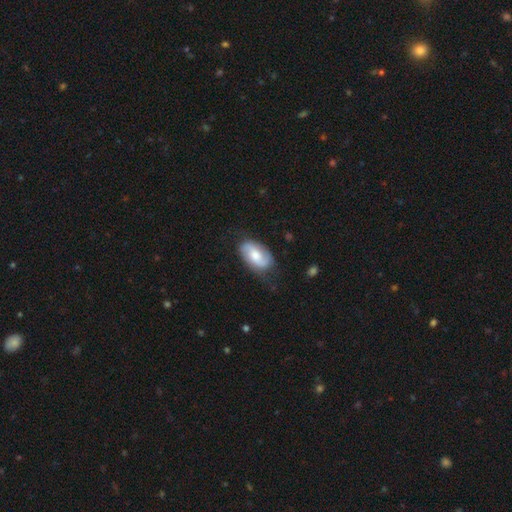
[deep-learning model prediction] A featured or disk galaxy (57%) with no bar (51%), spiral arms (89%) and a moderate central bulge (59%). Merging: none (73%).